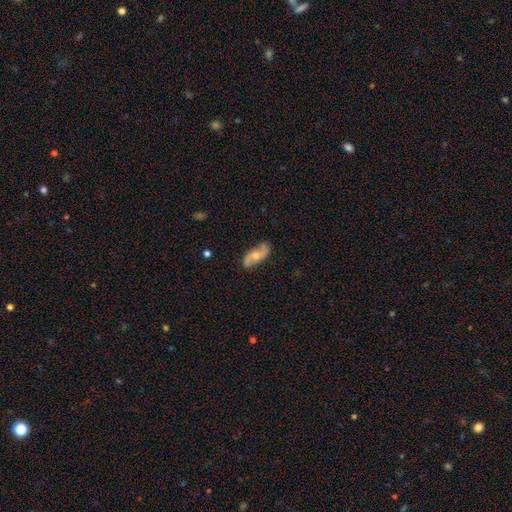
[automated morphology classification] Smooth or featured? featured or disk (70%)
Edge-on disk? no (92%)
Bar? no (63%)
Spiral arms? yes (92%)
Spiral winding? loose (62%)
Spiral arm count? 2 (91%)
Bulge size? moderate (61%)
Merging? none (80%)